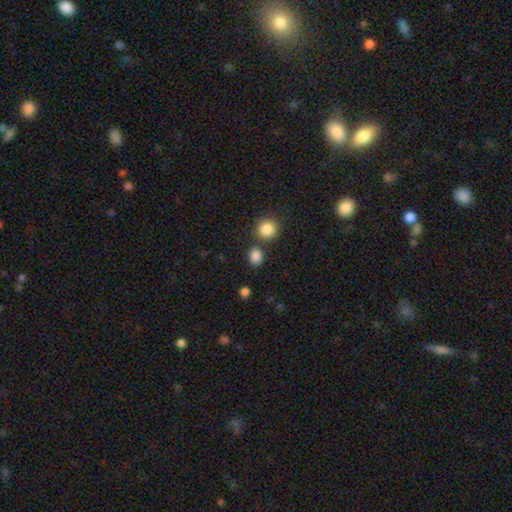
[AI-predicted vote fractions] Smooth or featured: smooth — 86% (star or artifact — 11%)
How rounded: round — 60% (in between — 39%)
Merging: none — 72% (merger — 16%)